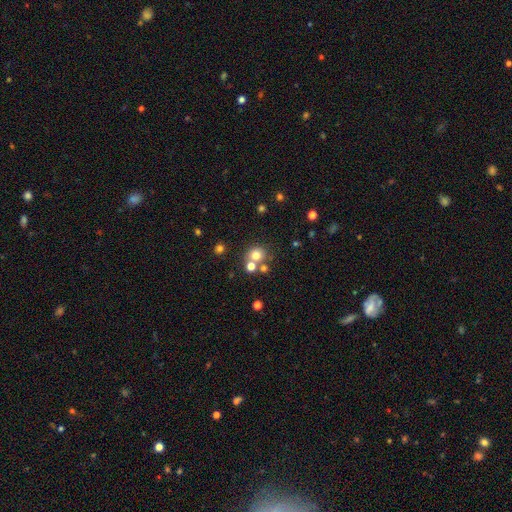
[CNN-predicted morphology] Overall: smooth (72%). How rounded: round (84%). Merging: none (58%; merger 29%).